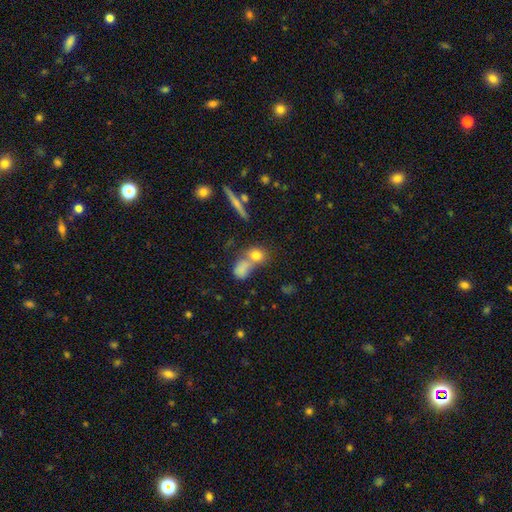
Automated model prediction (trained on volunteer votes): smooth-or-featured: smooth: 75% | featured or disk: 14% | star or artifact: 11%
  how-rounded: round: 56% | in between: 40% | cigar-shaped: 4%
  merging: merger: 46% | none: 41% | minor disturbance: 9% | major disturbance: 5%